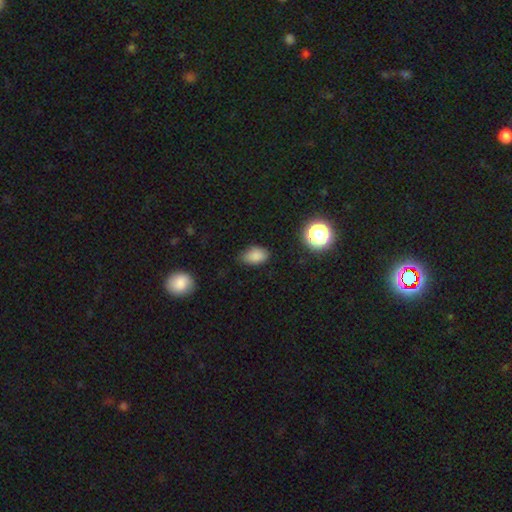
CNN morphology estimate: Q: Smooth or featured?
A: smooth (82%); runner-up: star or artifact (12%)
Q: How rounded?
A: in between (87%); runner-up: round (11%)
Q: Merging?
A: none (74%); runner-up: minor disturbance (21%)